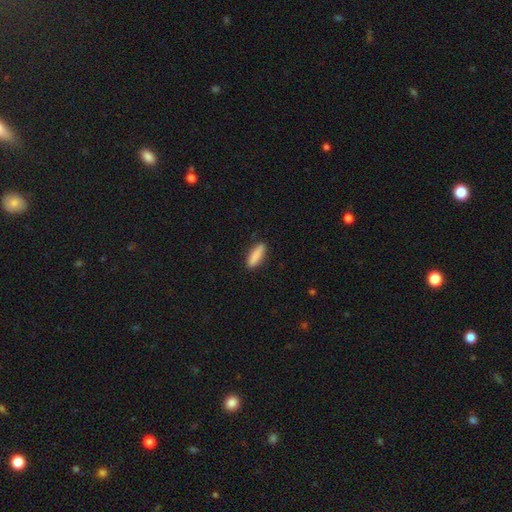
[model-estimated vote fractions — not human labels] Smooth or featured? smooth (88%)
How rounded? cigar-shaped (58%)
Merging? none (88%)